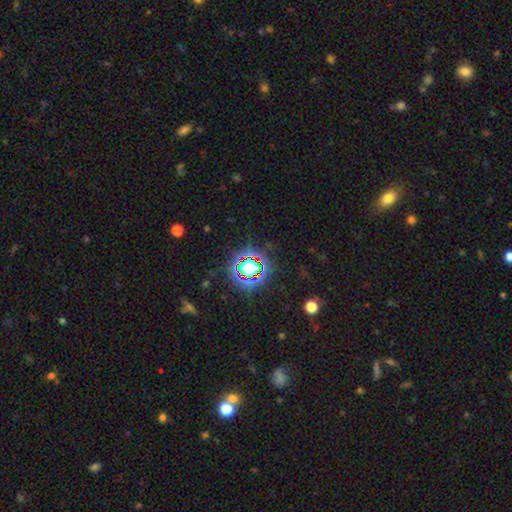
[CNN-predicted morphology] star or artifact 77%, smooth 14%, featured or disk 9%.